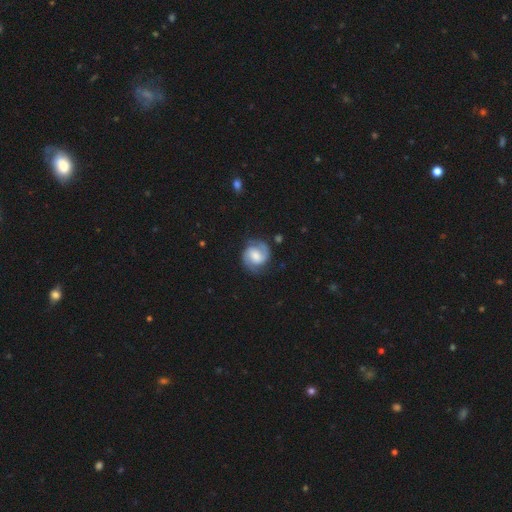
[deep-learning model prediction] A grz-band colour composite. It shows a featured or disk galaxy (78%) with a weak bar (49%), 2 (89%) medium (47%) spiral arms (96%) and a moderate central bulge (43%). Merging: none (78%).